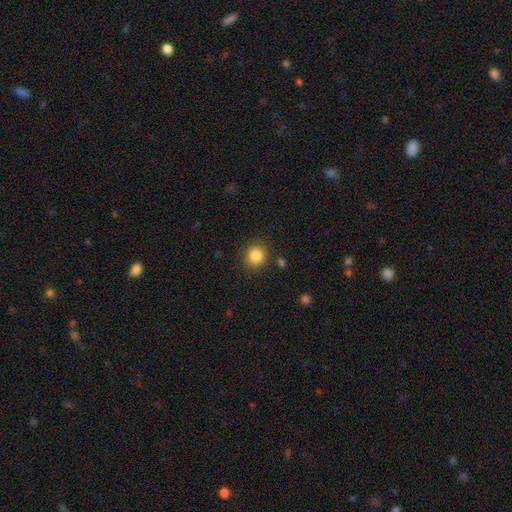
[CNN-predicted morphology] Smooth or featured?
  - smooth: 85% *
  - star or artifact: 10%
  - featured or disk: 5%
How rounded?
  - round: 83% *
  - in between: 16%
  - cigar-shaped: 1%
Merging?
  - none: 88% *
  - minor disturbance: 8%
  - major disturbance: 3%
  - merger: 2%